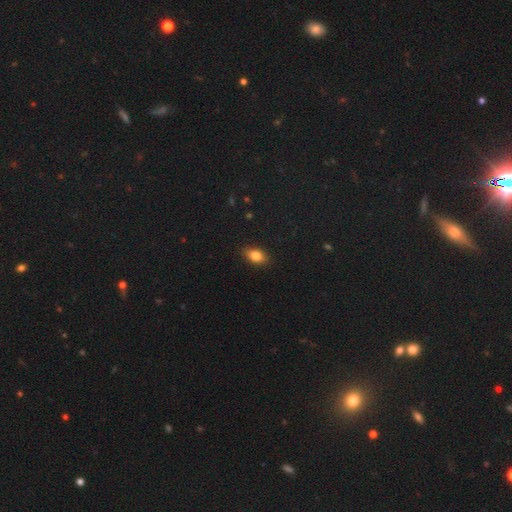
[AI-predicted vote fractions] Smooth or featured?
  - smooth: 82% *
  - star or artifact: 9%
  - featured or disk: 9%
How rounded?
  - in between: 82% *
  - round: 15%
  - cigar-shaped: 3%
Merging?
  - none: 87% *
  - minor disturbance: 10%
  - major disturbance: 2%
  - merger: 1%